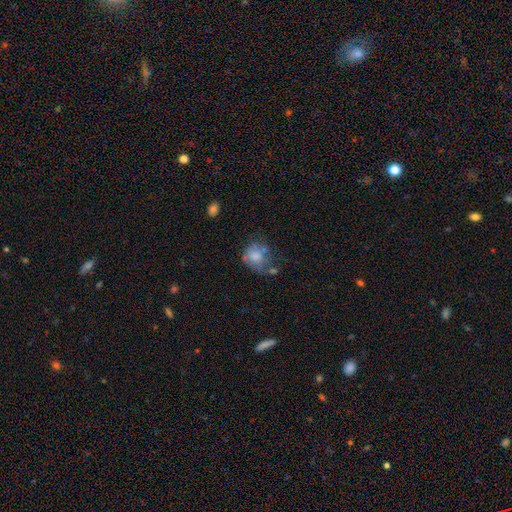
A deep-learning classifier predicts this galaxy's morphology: This appears to be a smooth galaxy with no disk features (63%) that is round (53%). Merging: none (30%).